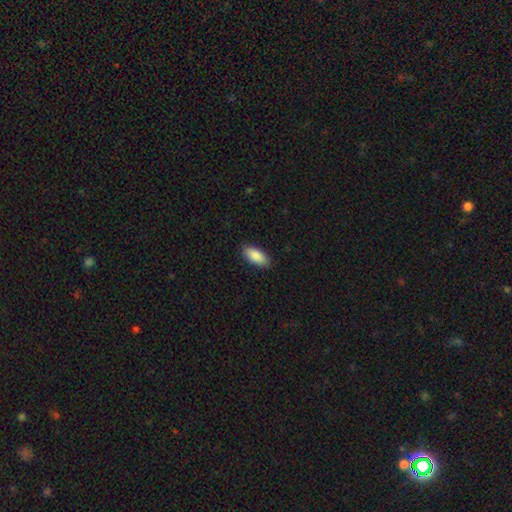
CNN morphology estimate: Smooth or featured? smooth (89%)
How rounded? in between (89%)
Merging? none (89%)